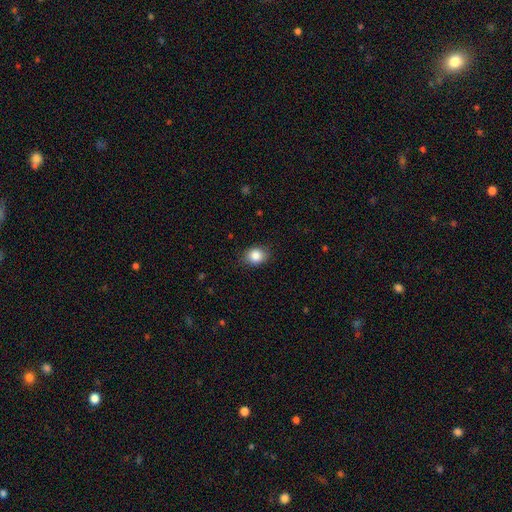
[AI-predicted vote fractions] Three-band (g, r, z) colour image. It shows a smooth galaxy with no disk features (85%) that is in between round and cigar-shaped (50%). Merging: none (85%).